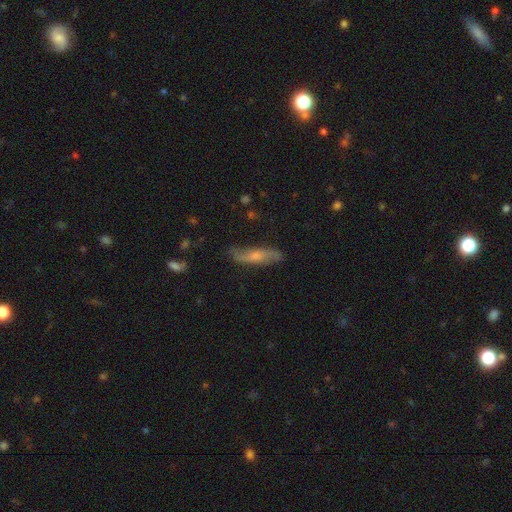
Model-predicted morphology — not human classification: Smooth or featured: featured or disk — 59% (smooth — 34%)
Edge-on disk: no — 53% (yes — 47%)
Merging: none — 77% (minor disturbance — 18%)